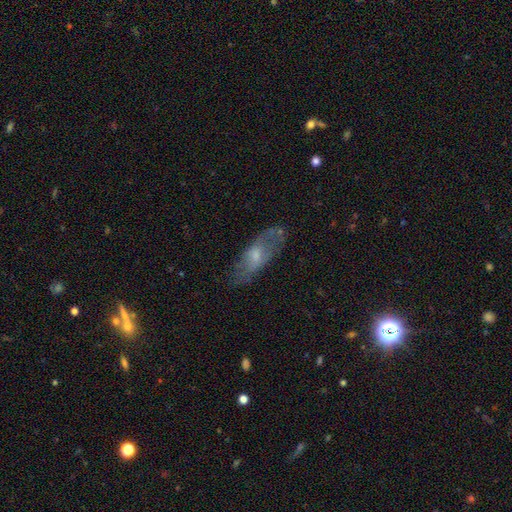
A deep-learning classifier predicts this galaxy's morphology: smooth-or-featured: smooth: 46% (tied) | featured or disk: 46% (tied) | star or artifact: 8%
  merging: none: 67% | minor disturbance: 21% | major disturbance: 9% | merger: 2%